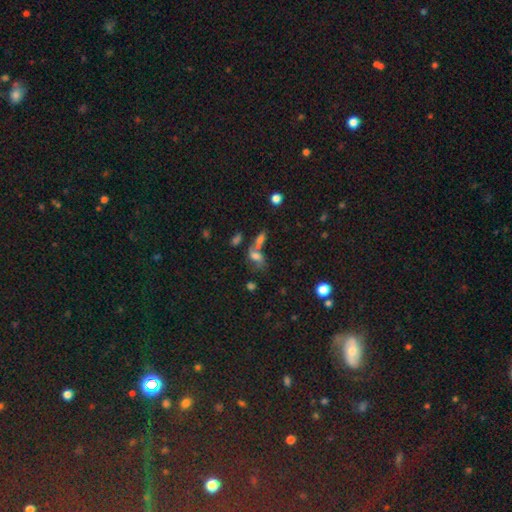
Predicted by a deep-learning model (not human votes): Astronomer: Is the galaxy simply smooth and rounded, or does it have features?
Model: smooth — 53%.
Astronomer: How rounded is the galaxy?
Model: in between — 75%.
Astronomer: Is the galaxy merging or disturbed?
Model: merger — 47% (runner-up: none, 28%).